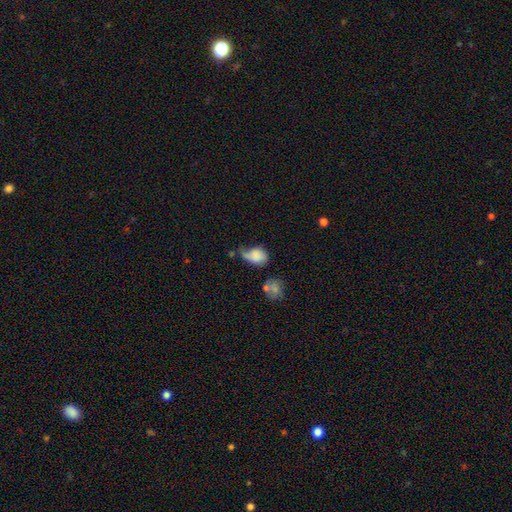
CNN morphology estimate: smooth 75%, featured or disk 16%, star or artifact 9%. Down the decision tree: how rounded — in between (67%); merging — minor disturbance (34%).